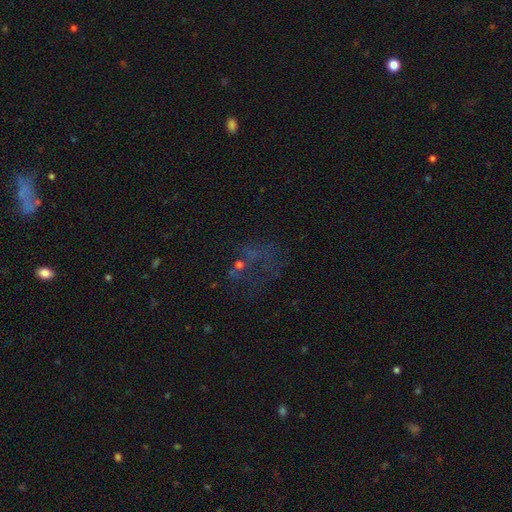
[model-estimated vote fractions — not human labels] star or artifact 40%, featured or disk 32%, smooth 28%.